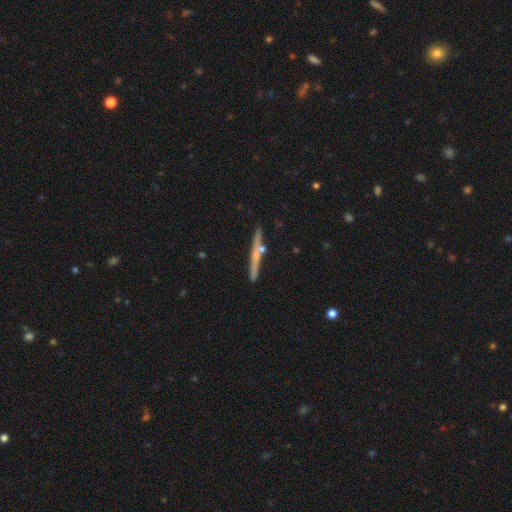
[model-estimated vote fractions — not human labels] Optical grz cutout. It shows a featured or disk galaxy (57%) viewed edge-on (96%) with no central bulge (57%). Merging: none (82%).